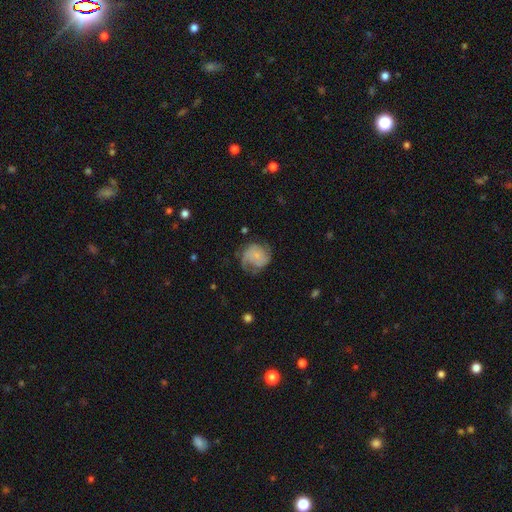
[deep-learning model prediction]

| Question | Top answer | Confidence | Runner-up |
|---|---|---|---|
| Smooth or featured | featured or disk | 69% | smooth (24%) |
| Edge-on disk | no | 98% | yes (2%) |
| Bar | no | 73% | weak (23%) |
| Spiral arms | yes | 92% | no (8%) |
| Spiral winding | tight | 40% | tied: medium (40%) |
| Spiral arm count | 2 | 37% | can't tell (21%) |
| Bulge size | small | 64% | none (20%) |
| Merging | none | 56% | minor disturbance (23%) |